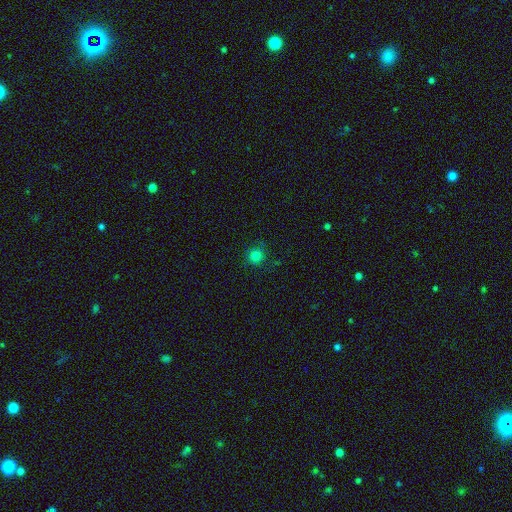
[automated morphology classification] smooth_or_featured: smooth (p=0.81) [alt: star or artifact p=0.15]
how_rounded: round (p=0.93) [alt: in between p=0.06]
merging: none (p=0.86) [alt: minor disturbance p=0.09]